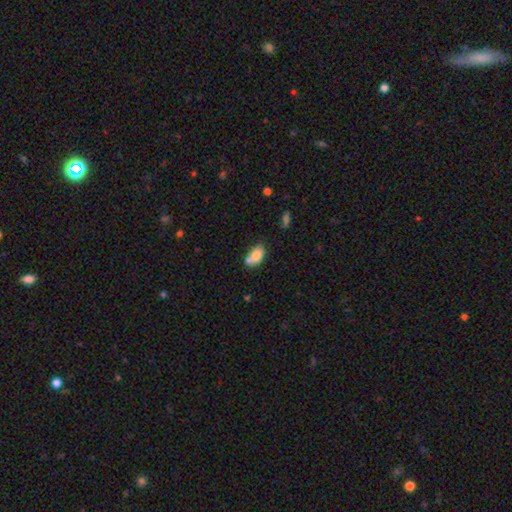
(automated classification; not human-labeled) Morphology: type=smooth (79%); roundness=in between (87%); merging=merger (41%).